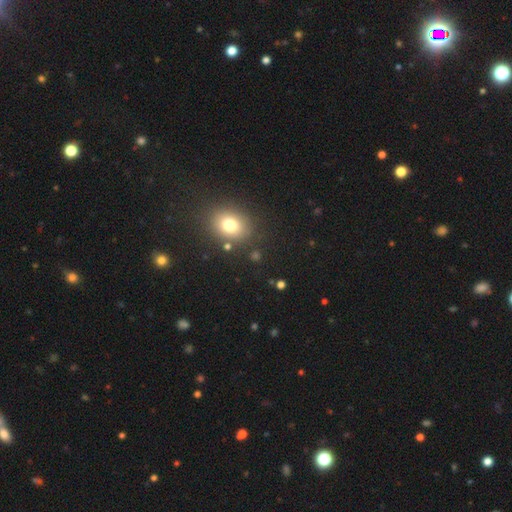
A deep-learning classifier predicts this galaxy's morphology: This is likely a smooth galaxy (70%). How rounded: possibly round (56%). Merging: clearly none (84%).